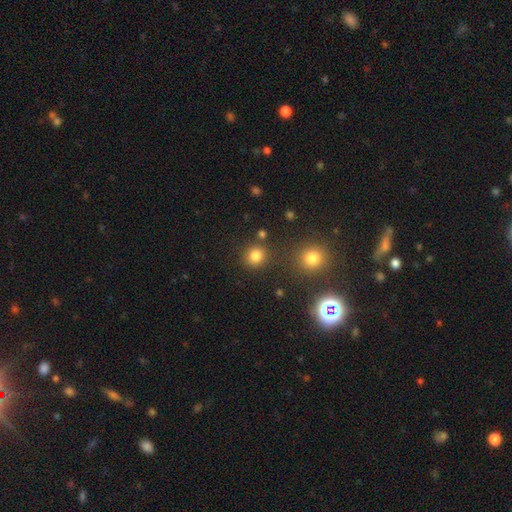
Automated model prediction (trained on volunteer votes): Overall: smooth (81%). How rounded: round (86%). Merging: none (83%).